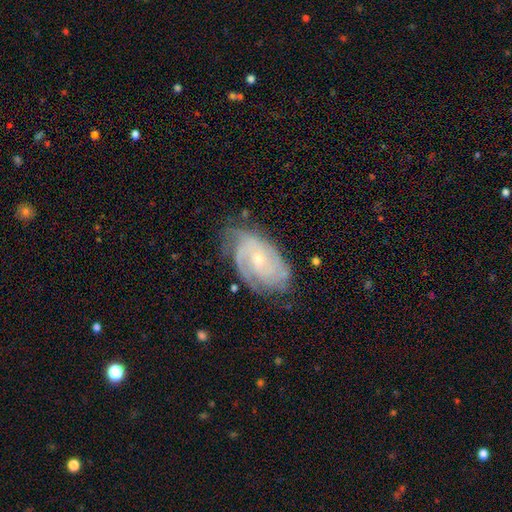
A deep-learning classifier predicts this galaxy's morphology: smooth-or-featured: featured or disk: 81% | smooth: 11% | star or artifact: 9%
  disk-edge-on: no: 96% | yes: 4%
    bar: no: 68% | weak: 26% | strong: 6%
    has-spiral-arms: yes: 96% | no: 4%
      spiral-winding: tight: 70% | medium: 25% | loose: 5%
      spiral-arm-count: can't tell: 27% (tied) | 2: 27% (tied) | 3: 25% | 4: 10% | 1: 6% | more than 4: 6%
    bulge-size: small: 67% | moderate: 29% | none: 2% | large: 1% | dominant: 1%
  merging: none: 74% | minor disturbance: 19% | major disturbance: 5% | merger: 1%